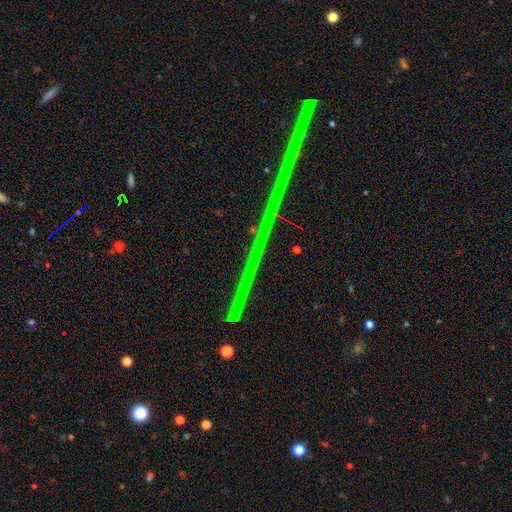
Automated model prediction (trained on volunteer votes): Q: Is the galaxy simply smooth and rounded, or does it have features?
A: star or artifact — 80%.